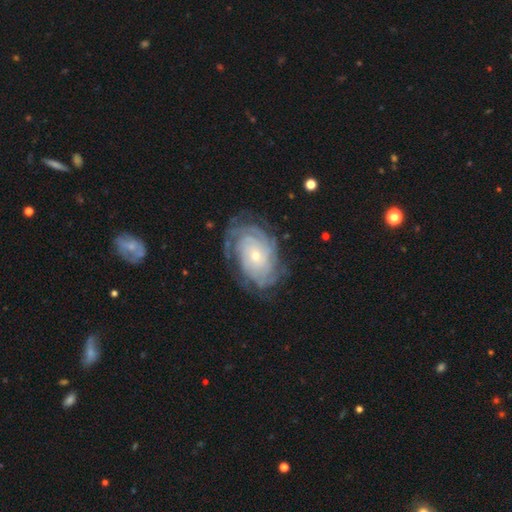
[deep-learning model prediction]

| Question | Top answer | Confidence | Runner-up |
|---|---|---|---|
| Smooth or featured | featured or disk | 87% | smooth (8%) |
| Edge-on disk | no | 96% | yes (4%) |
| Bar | no | 79% | weak (16%) |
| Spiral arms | yes | 96% | no (4%) |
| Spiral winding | tight | 81% | medium (15%) |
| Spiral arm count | can't tell | 37% | 4 (19%) |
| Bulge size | small | 69% | moderate (28%) |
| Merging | none | 72% | minor disturbance (18%) |